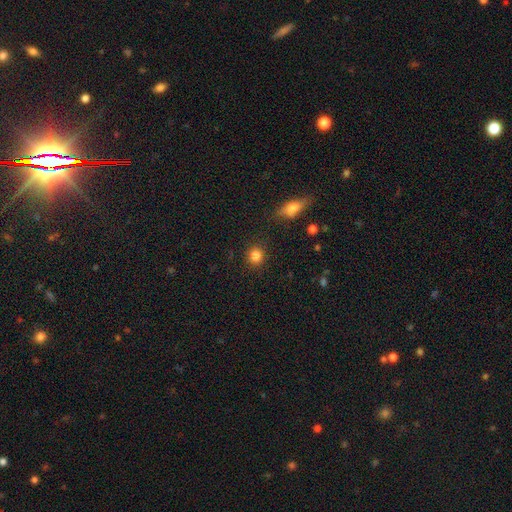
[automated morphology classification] Q: Smooth or featured?
A: smooth (85%); runner-up: star or artifact (11%)
Q: How rounded?
A: round (85%); runner-up: in between (14%)
Q: Merging?
A: none (87%); runner-up: minor disturbance (8%)